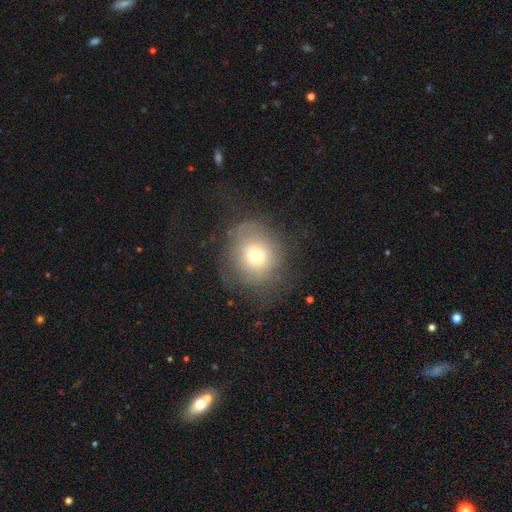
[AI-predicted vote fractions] Q: Smooth or featured?
A: smooth (68%); runner-up: featured or disk (19%)
Q: How rounded?
A: round (82%); runner-up: in between (17%)
Q: Merging?
A: none (64%); runner-up: minor disturbance (21%)